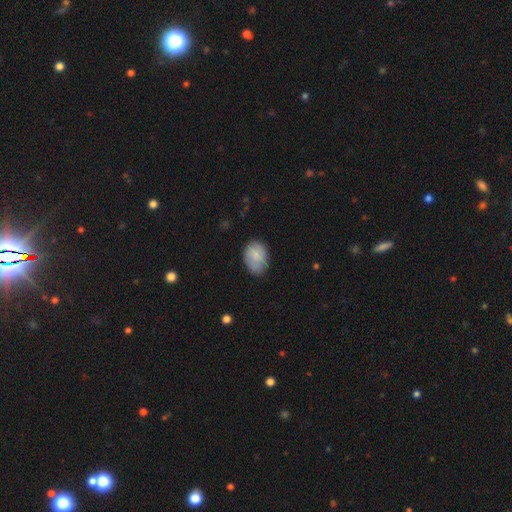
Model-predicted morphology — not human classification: Q: Smooth or featured?
A: smooth (81%); runner-up: featured or disk (12%)
Q: How rounded?
A: in between (77%); runner-up: round (22%)
Q: Merging?
A: none (67%); runner-up: minor disturbance (26%)